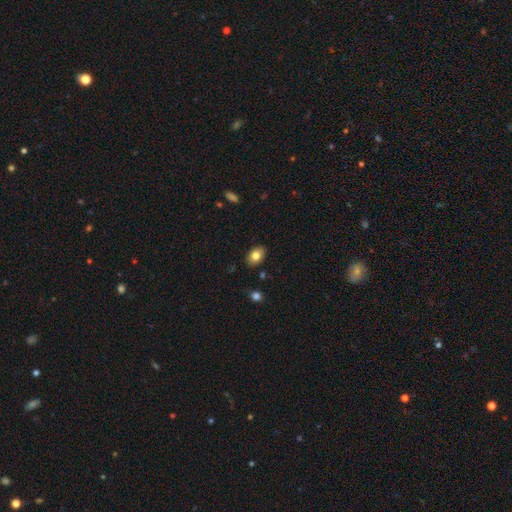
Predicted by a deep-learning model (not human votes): A smooth galaxy with no disk features (81%) that is in between round and cigar-shaped (81%).

Vote fractions:
- Smooth or featured? smooth: 81% / featured or disk: 11% / star or artifact: 9%
- How rounded? in between: 81% / round: 17% / cigar-shaped: 1%
- Merging? none: 87% / minor disturbance: 10% / major disturbance: 2% / merger: 1%